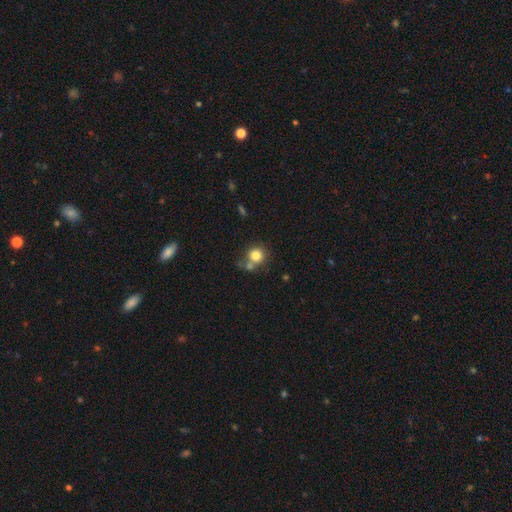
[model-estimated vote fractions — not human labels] smooth-or-featured: smooth: 80% | star or artifact: 11% | featured or disk: 9%
  how-rounded: round: 89% | in between: 10% | cigar-shaped: 1%
  merging: none: 56% | merger: 28% | minor disturbance: 12% | major disturbance: 5%